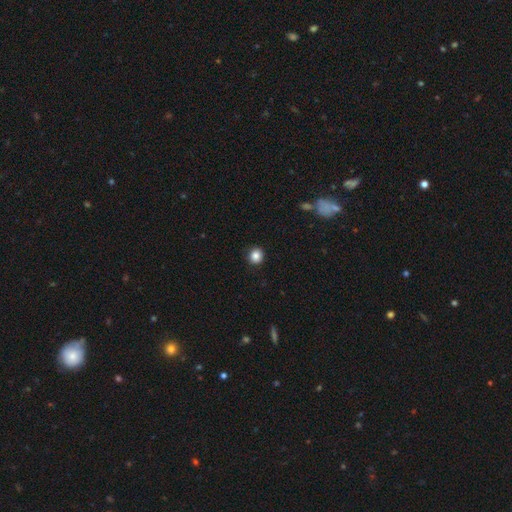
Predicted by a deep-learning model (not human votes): smooth_or_featured: smooth (p=0.85) [alt: star or artifact p=0.10]
how_rounded: round (p=0.90) [alt: in between p=0.09]
merging: none (p=0.91) [alt: minor disturbance p=0.06]